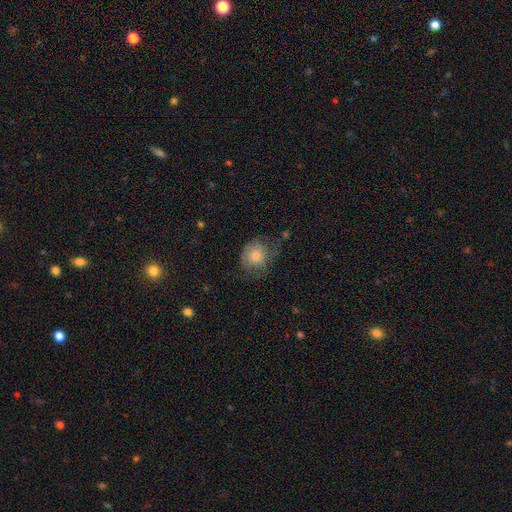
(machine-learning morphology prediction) Q: Smooth or featured?
A: smooth (67%); runner-up: featured or disk (24%)
Q: How rounded?
A: round (70%); runner-up: in between (29%)
Q: Merging?
A: none (55%); runner-up: minor disturbance (29%)